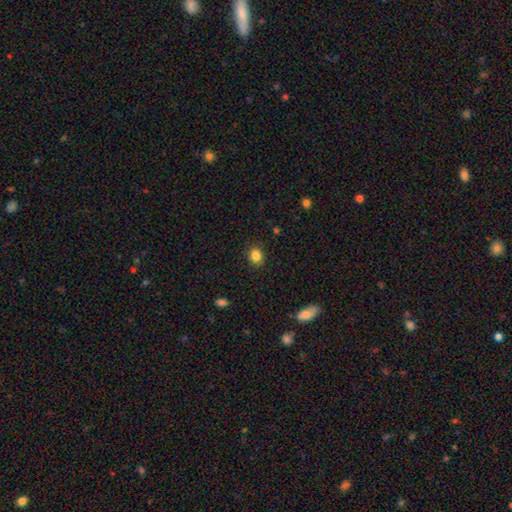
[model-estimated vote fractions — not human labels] Morphology: type=smooth (85%); roundness=round (64%); merging=none (89%).